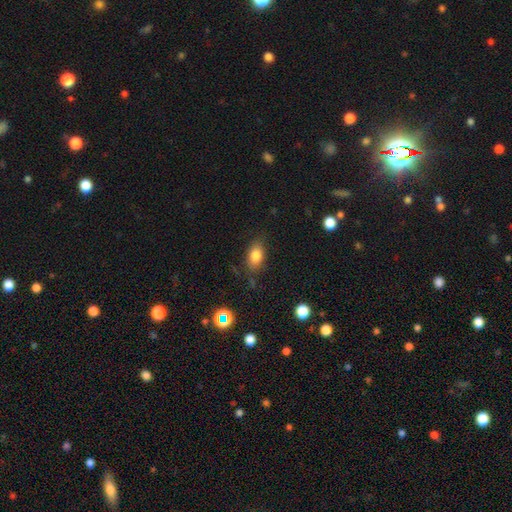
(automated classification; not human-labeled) Smooth or featured?
  - smooth: 80% *
  - star or artifact: 10%
  - featured or disk: 9%
How rounded?
  - in between: 86% *
  - round: 11%
  - cigar-shaped: 3%
Merging?
  - none: 78% *
  - minor disturbance: 15%
  - major disturbance: 4%
  - merger: 2%